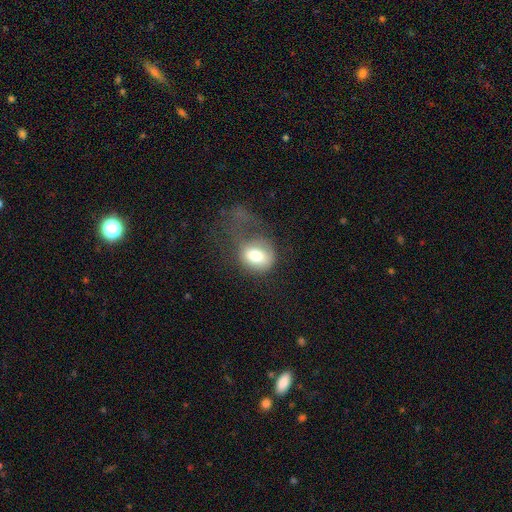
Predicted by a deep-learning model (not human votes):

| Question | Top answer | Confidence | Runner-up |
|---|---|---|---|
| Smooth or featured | smooth | 73% | featured or disk (17%) |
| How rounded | round | 59% | in between (40%) |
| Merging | major disturbance | 48% | none (28%) |